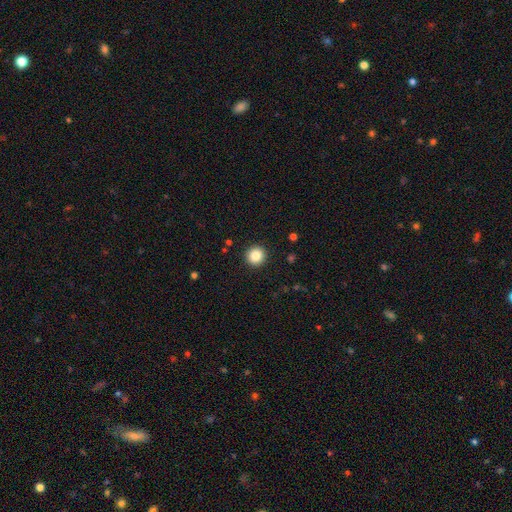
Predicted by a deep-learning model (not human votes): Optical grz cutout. It shows a smooth galaxy with no disk features (85%) that is round (95%). Merging: none (92%).